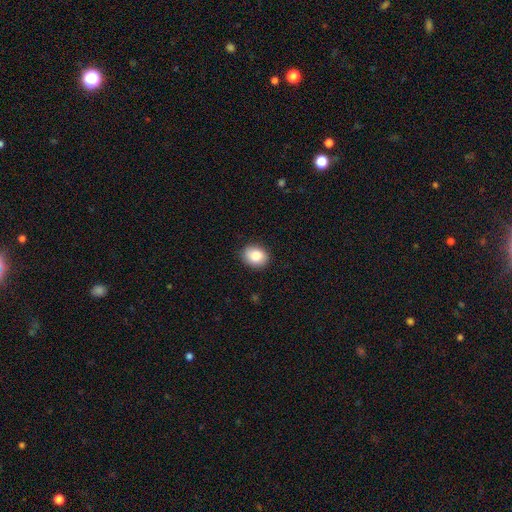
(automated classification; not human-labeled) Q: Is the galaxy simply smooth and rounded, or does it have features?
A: smooth — 85%.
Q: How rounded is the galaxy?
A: round — 50%.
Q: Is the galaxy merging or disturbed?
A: none — 87%.